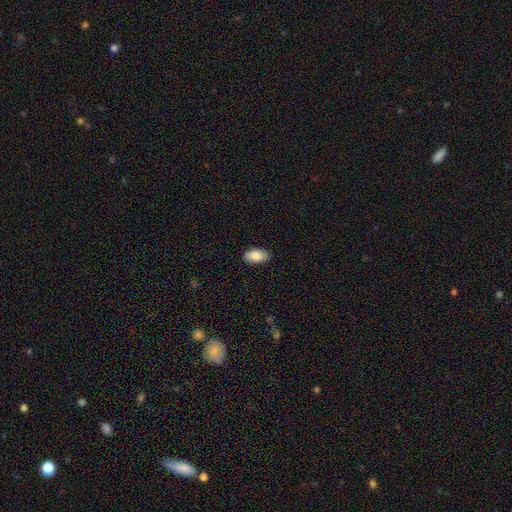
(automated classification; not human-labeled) smooth 88%, star or artifact 6%, featured or disk 6%. Down the decision tree: how rounded — in between (94%); merging — none (87%).